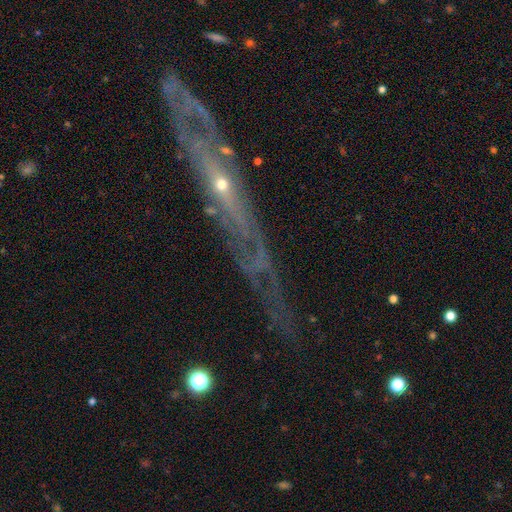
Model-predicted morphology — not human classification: Smooth or featured?
  - featured or disk: 83% *
  - smooth: 9%
  - star or artifact: 8%
Edge-on disk?
  - no: 50% * (tied)
  - yes: 50% * (tied)
Merging?
  - none: 71% *
  - minor disturbance: 19%
  - major disturbance: 8%
  - merger: 3%